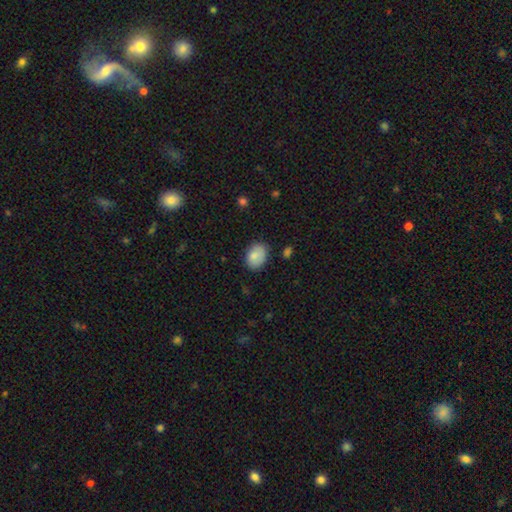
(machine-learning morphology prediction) Smooth or featured: smooth — 85% (featured or disk — 8%)
How rounded: in between — 74% (round — 25%)
Merging: none — 77% (minor disturbance — 18%)